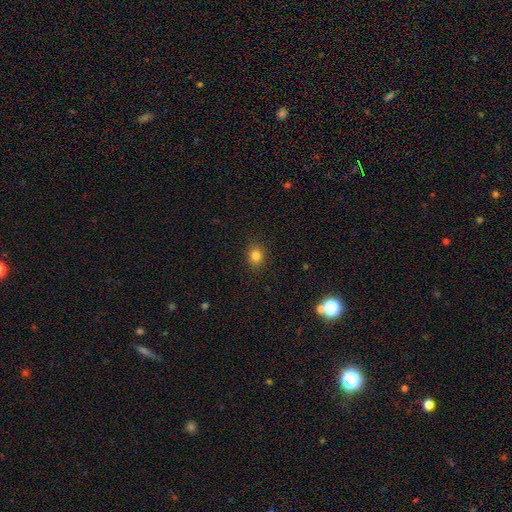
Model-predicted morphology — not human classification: Smooth or featured?
  - smooth: 83% *
  - star or artifact: 12%
  - featured or disk: 5%
How rounded?
  - round: 61% *
  - in between: 38%
  - cigar-shaped: 1%
Merging?
  - none: 89% *
  - minor disturbance: 8%
  - major disturbance: 2%
  - merger: 1%